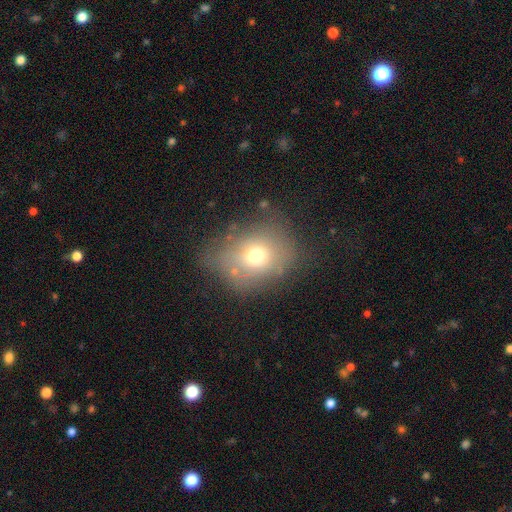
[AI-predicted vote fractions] smooth_or_featured: smooth (p=0.66) [alt: featured or disk p=0.20]
how_rounded: round (p=0.54) [alt: in between p=0.45]
merging: none (p=0.61) [alt: minor disturbance p=0.23]